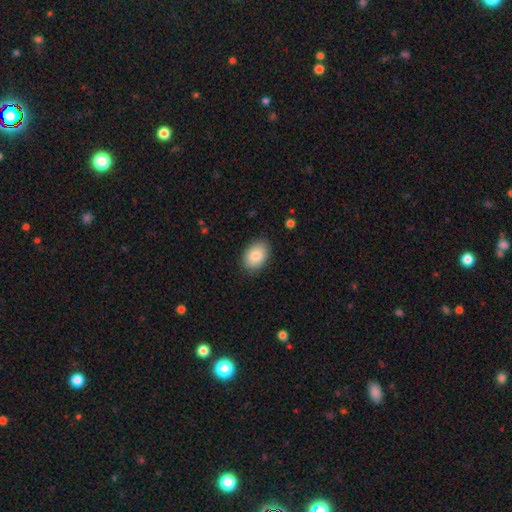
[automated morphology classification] A smooth galaxy with no disk features (84%) that is in between round and cigar-shaped (84%).

Vote fractions:
- Smooth or featured? smooth: 84% / featured or disk: 9% / star or artifact: 7%
- How rounded? in between: 84% / round: 15% / cigar-shaped: 1%
- Merging? none: 86% / minor disturbance: 10% / major disturbance: 2% / merger: 1%